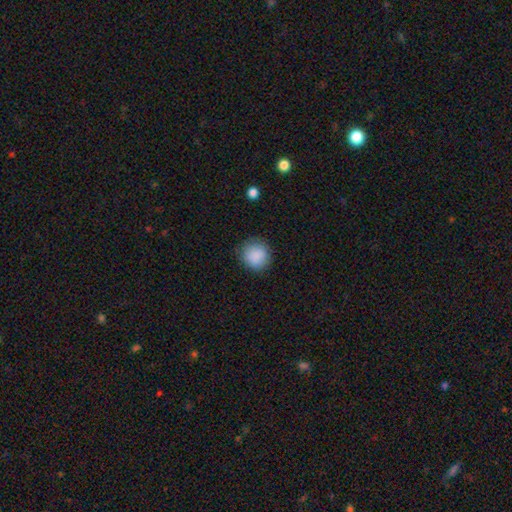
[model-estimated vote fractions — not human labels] Morphology: type=smooth (88%); roundness=round (89%); merging=none (84%).